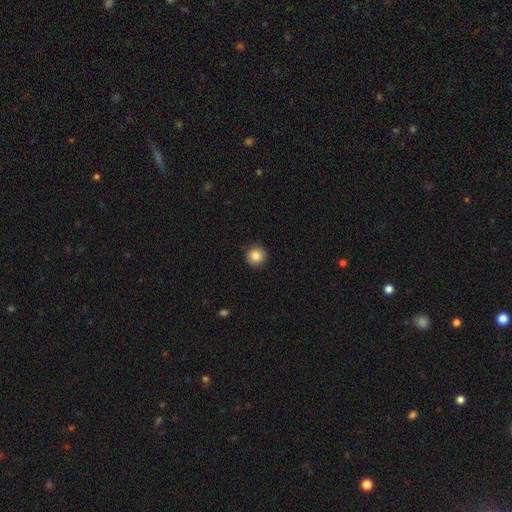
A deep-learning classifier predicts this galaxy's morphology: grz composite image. It shows a smooth galaxy with no disk features (86%) that is round (94%). Merging: none (90%).